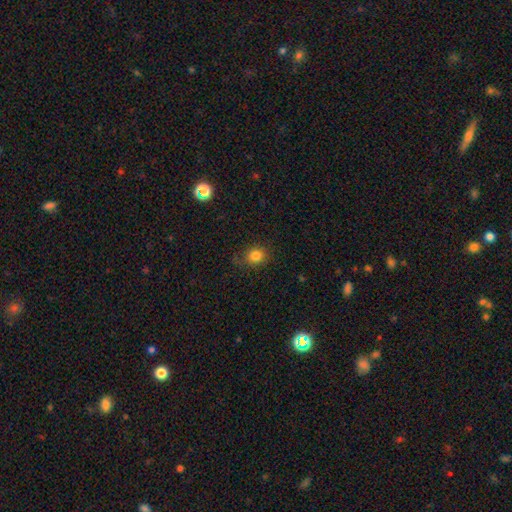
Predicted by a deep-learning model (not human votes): A smooth galaxy with no disk features (82%) that is round (72%). Merging: none (77%).